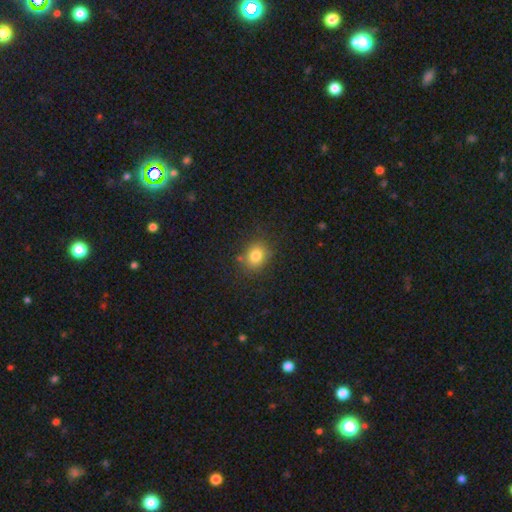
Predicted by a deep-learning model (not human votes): smooth 80%, star or artifact 12%, featured or disk 8%. Down the decision tree: how rounded — round (62%); merging — none (81%).